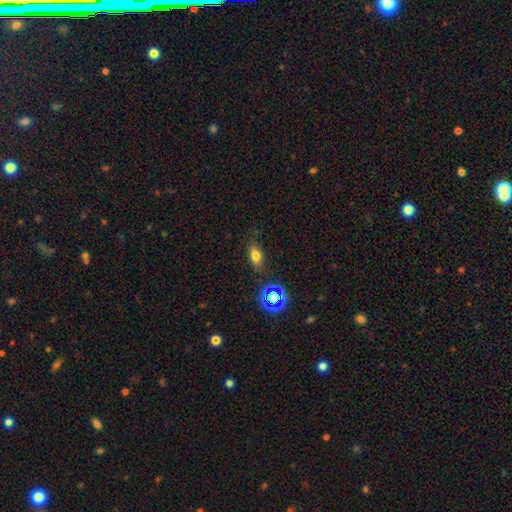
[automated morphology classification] This is likely a smooth galaxy (71%). How rounded: likely in between (79%). Merging: clearly none (81%).